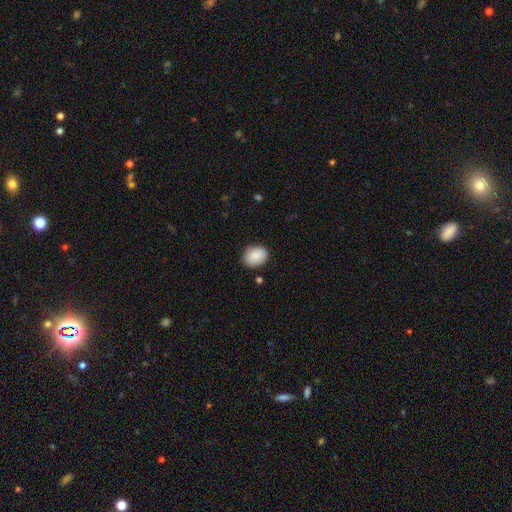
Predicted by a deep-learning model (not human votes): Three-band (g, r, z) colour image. It shows a smooth galaxy with no disk features (88%) that is in between round and cigar-shaped (55%). Merging: none (82%).